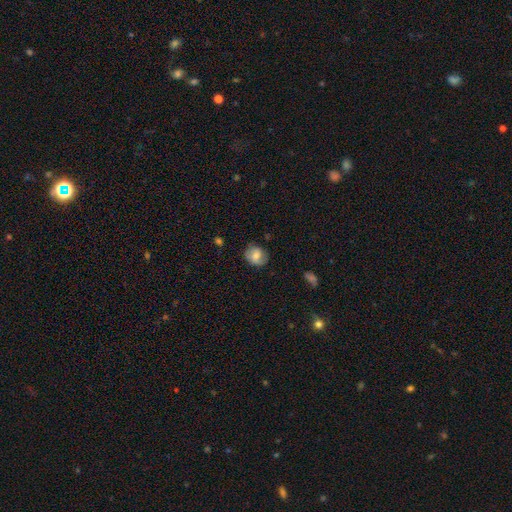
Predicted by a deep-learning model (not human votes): A smooth galaxy with no disk features (68%) that is round (69%).

Vote fractions:
- Smooth or featured? smooth: 68% / featured or disk: 24% / star or artifact: 8%
- How rounded? round: 69% / in between: 30% / cigar-shaped: 1%
- Merging? none: 74% / minor disturbance: 19% / major disturbance: 5% / merger: 1%